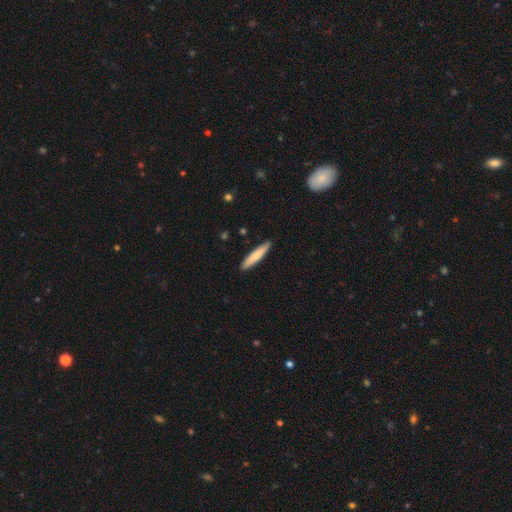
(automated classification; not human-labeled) The model was most divided on "smooth or featured": smooth: 74%, featured or disk: 21%, star or artifact: 5%. More confident: merging — none (90%); how rounded — cigar-shaped (90%).